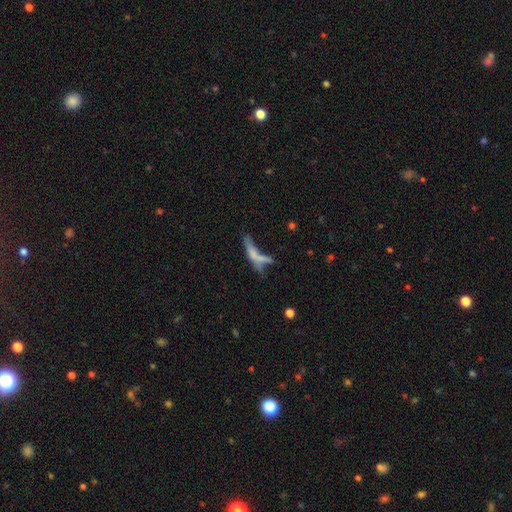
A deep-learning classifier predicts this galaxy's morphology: This appears to be a smooth galaxy with no disk features (53%) that is cigar-shaped (75%). Merging: merger (39%).